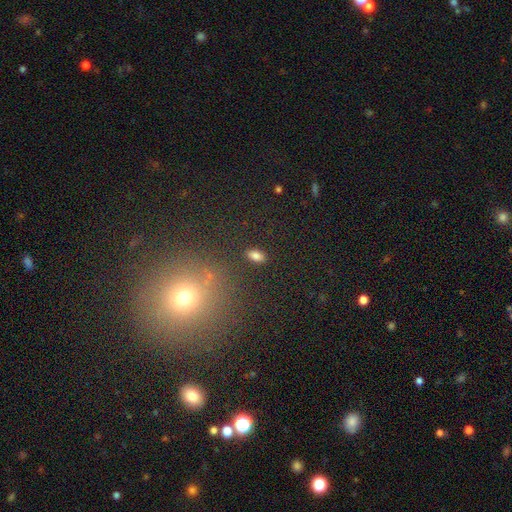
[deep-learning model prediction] Smooth or featured? smooth (81%)
How rounded? in between (90%)
Merging? none (88%)